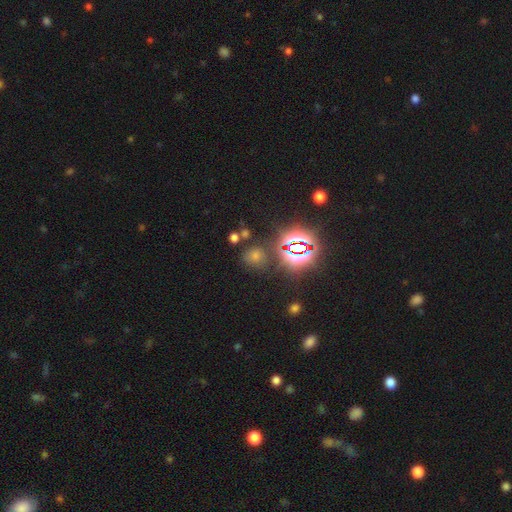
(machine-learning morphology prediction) A star or artifact, not a galaxy (55%).

Vote fractions:
- Smooth or featured? star or artifact: 55% / smooth: 37% / featured or disk: 9%